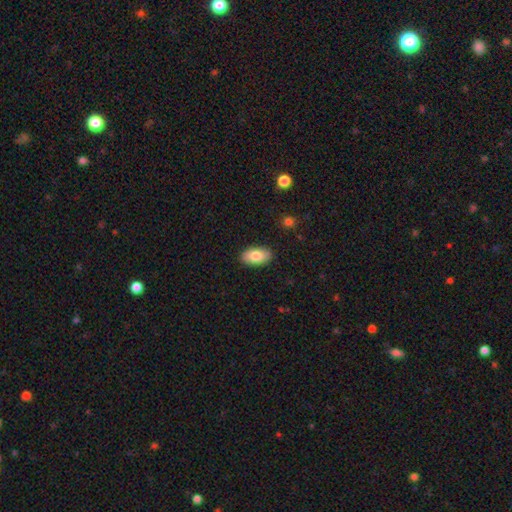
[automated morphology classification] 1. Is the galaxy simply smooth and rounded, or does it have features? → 81% smooth, 12% featured or disk, 6% star or artifact.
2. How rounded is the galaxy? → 94% in between, 4% round, 2% cigar-shaped.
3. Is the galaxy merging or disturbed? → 89% none, 8% minor disturbance, 2% major disturbance, 1% merger.